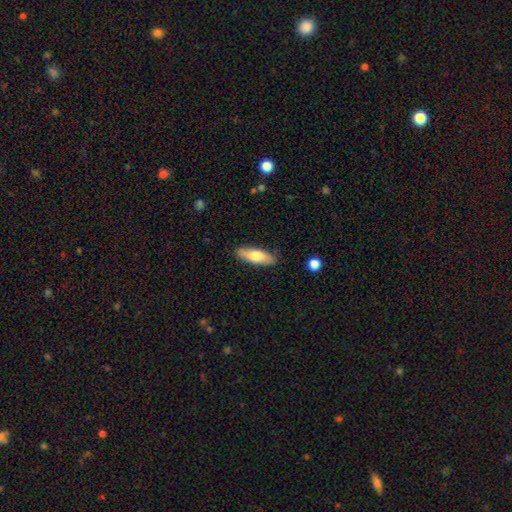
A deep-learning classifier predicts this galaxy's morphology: Smooth or featured?
  - smooth: 74% *
  - featured or disk: 21%
  - star or artifact: 6%
How rounded?
  - in between: 55% *
  - cigar-shaped: 43%
  - round: 2%
Merging?
  - none: 86% *
  - minor disturbance: 11%
  - major disturbance: 2%
  - merger: 1%